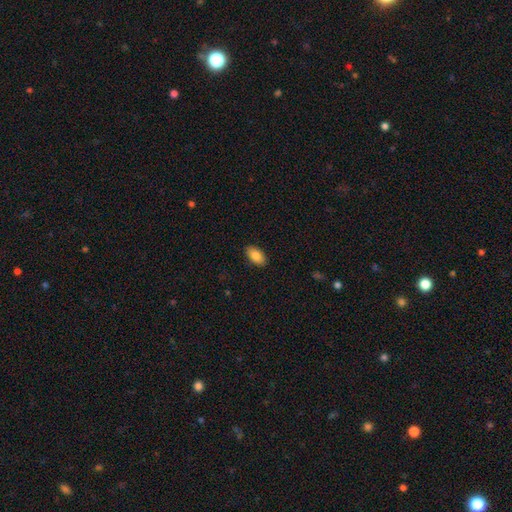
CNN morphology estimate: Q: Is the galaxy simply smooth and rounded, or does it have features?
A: smooth — 85%.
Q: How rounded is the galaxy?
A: in between — 93%.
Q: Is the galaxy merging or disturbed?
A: none — 89%.